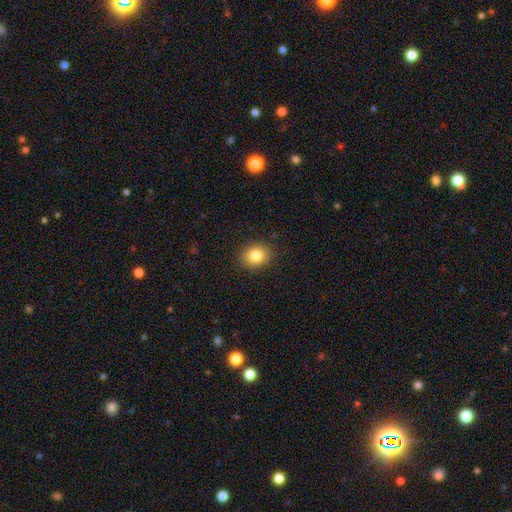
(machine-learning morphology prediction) Smooth or featured: smooth — 83% (star or artifact — 10%)
How rounded: round — 52% (in between — 47%)
Merging: none — 89% (minor disturbance — 8%)